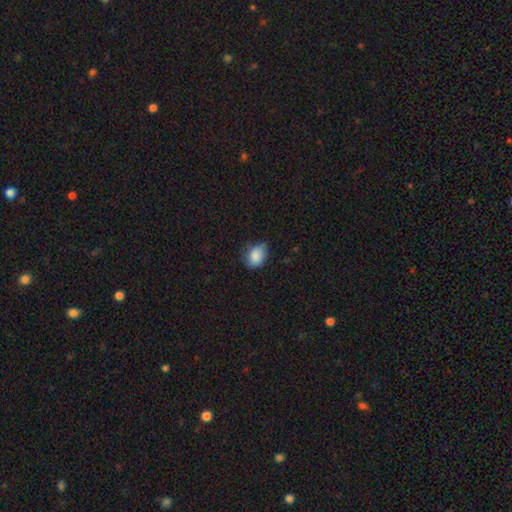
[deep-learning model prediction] The model was most divided on "merging": none: 47%, minor disturbance: 43%, major disturbance: 9%, merger: 2%. More confident: smooth or featured — smooth (84%); how rounded — in between (65%).